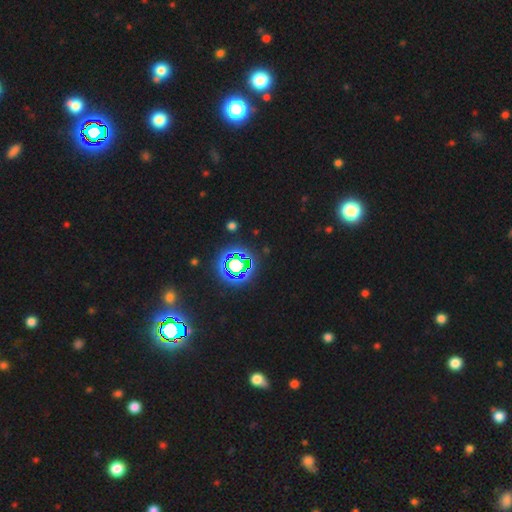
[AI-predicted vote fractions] Morphology: type=star or artifact (79%).